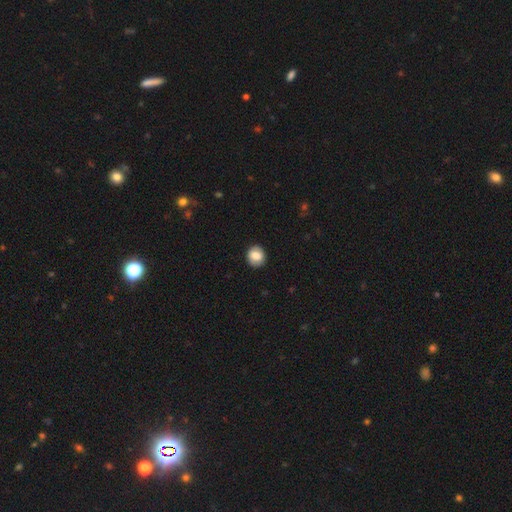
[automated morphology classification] type=smooth (81%); roundness=round (78%); merging=none (90%).